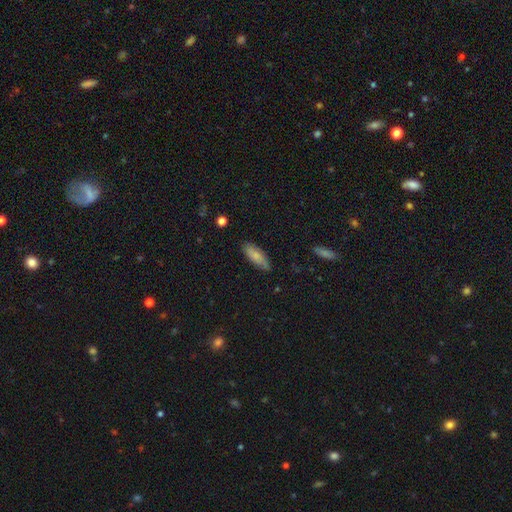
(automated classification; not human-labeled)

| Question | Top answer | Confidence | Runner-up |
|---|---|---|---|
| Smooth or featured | smooth | 76% | featured or disk (18%) |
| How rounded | in between | 68% | cigar-shaped (30%) |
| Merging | none | 79% | minor disturbance (16%) |